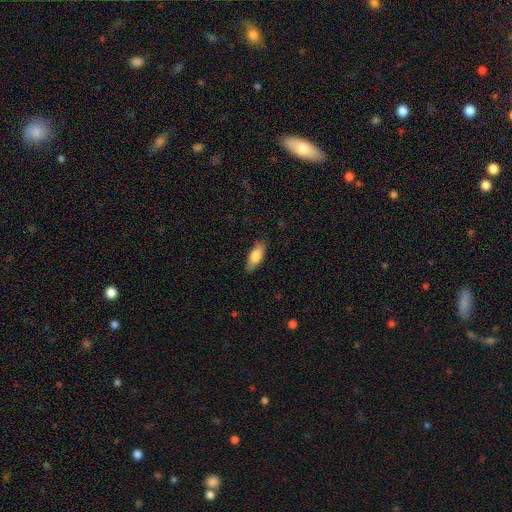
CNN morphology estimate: Q: Smooth or featured?
A: smooth (80%); runner-up: featured or disk (14%)
Q: How rounded?
A: in between (72%); runner-up: cigar-shaped (26%)
Q: Merging?
A: none (84%); runner-up: minor disturbance (13%)